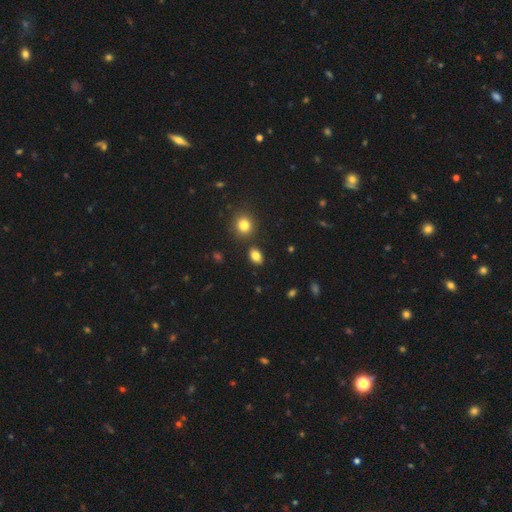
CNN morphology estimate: smooth 84%, star or artifact 10%, featured or disk 6%. Down the decision tree: how rounded — in between (80%); merging — none (83%).